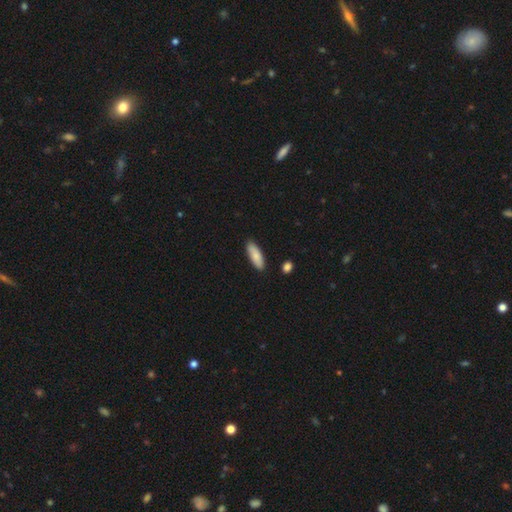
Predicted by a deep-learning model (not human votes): Morphology: type=smooth (82%); roundness=in between (64%); merging=none (87%).